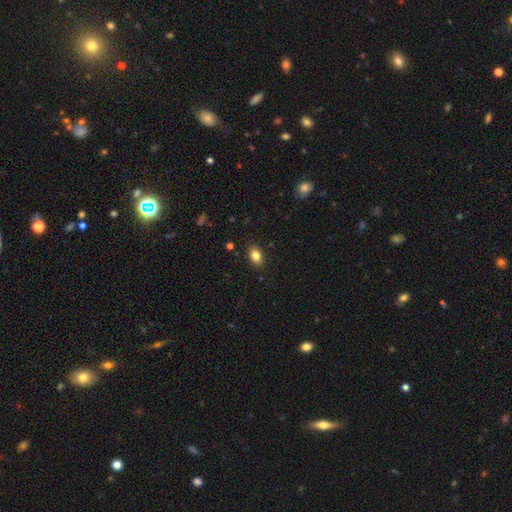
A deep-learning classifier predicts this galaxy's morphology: Smooth or featured? Predicted: smooth (p=0.83). How rounded? Predicted: in between (p=0.81). Merging? Predicted: none (p=0.88).